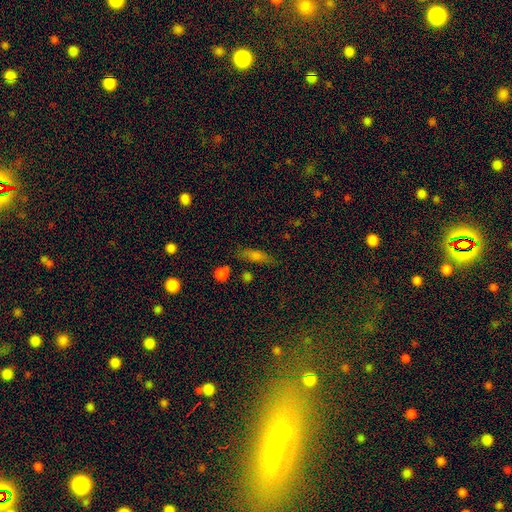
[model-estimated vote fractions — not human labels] A smooth galaxy with no disk features (64%) that is cigar-shaped (48%). Merging: none (74%).